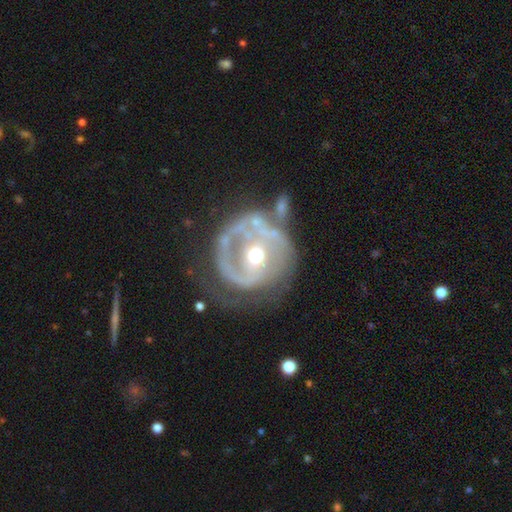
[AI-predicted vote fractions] Overall: featured or disk (77%). Edge-on disk: no (97%). Bar: no (67%). Spiral arms: yes (62%; no 38%). Bulge size: moderate (73%). Merging: none (34%; major disturbance 33%).